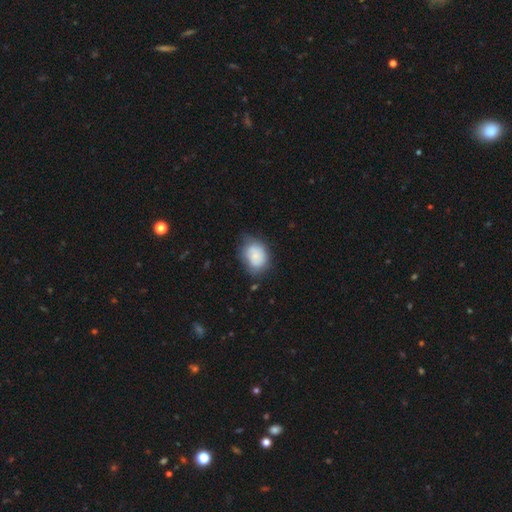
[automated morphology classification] Smooth or featured? smooth (73%)
How rounded? in between (59%)
Merging? none (53%)